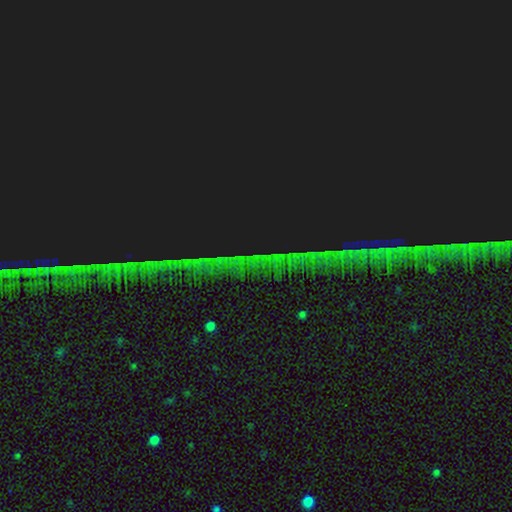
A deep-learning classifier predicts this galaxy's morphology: Smooth or featured?
  - star or artifact: 84% *
  - featured or disk: 8%
  - smooth: 8%